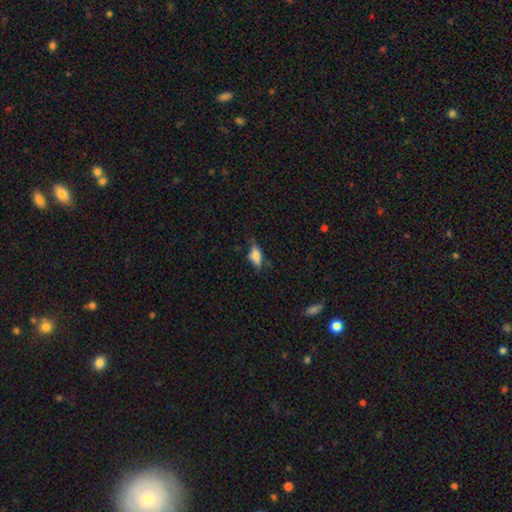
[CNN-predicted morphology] Smooth or featured? Predicted: smooth (p=0.76). How rounded? Predicted: in between (p=0.83). Merging? Predicted: none (p=0.59).